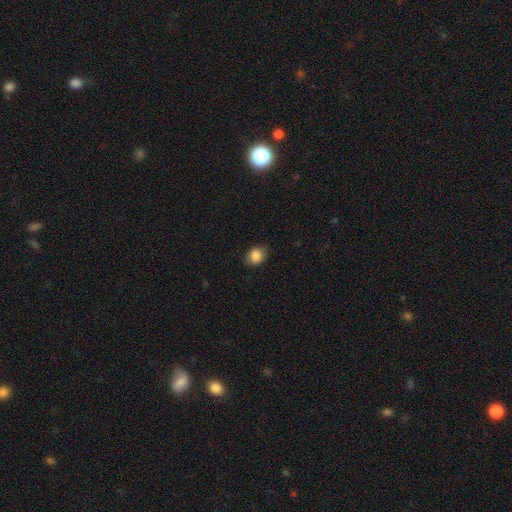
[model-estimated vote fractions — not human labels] A smooth galaxy with no disk features (86%) that is round (60%).

Vote fractions:
- Smooth or featured? smooth: 86% / star or artifact: 9% / featured or disk: 5%
- How rounded? round: 60% / in between: 39% / cigar-shaped: 1%
- Merging? none: 84% / minor disturbance: 13% / major disturbance: 3% / merger: 1%